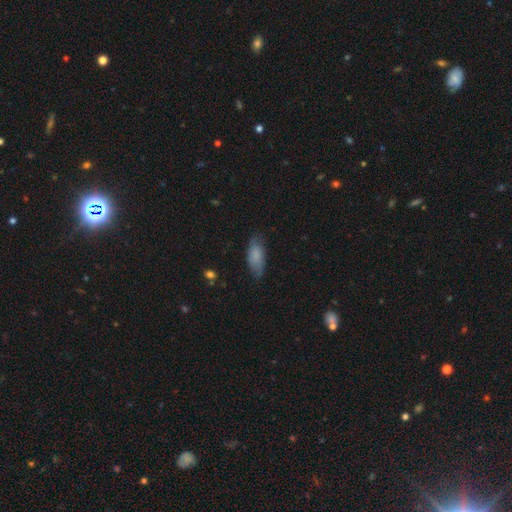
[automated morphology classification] smooth 80%, featured or disk 14%, star or artifact 6%. Down the decision tree: how rounded — in between (80%); merging — none (71%).